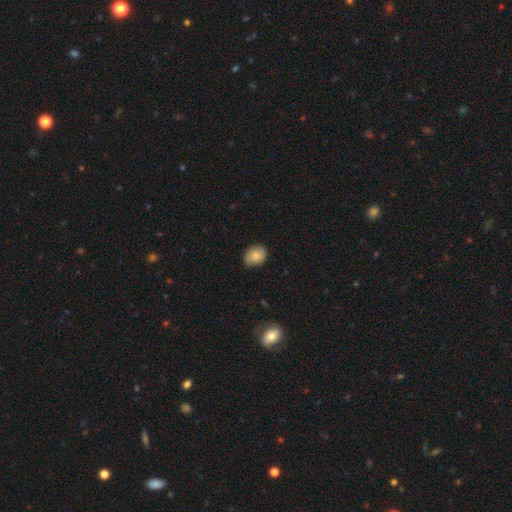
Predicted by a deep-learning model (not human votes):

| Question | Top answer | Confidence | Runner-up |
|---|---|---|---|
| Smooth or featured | smooth | 78% | featured or disk (14%) |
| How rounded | in between | 59% | round (41%) |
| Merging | none | 73% | minor disturbance (22%) |